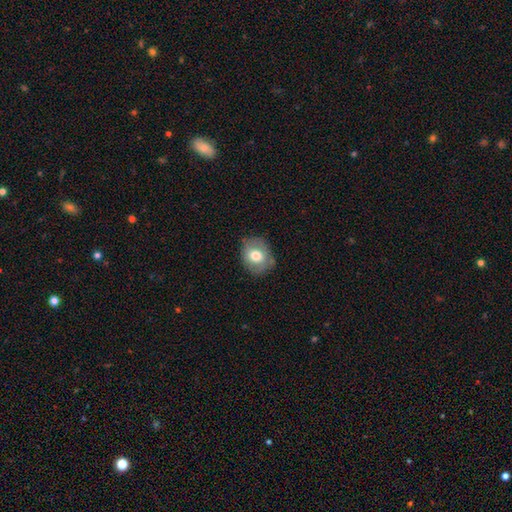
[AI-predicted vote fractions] Smooth or featured: smooth — 68% (featured or disk — 24%)
How rounded: round — 59% (in between — 40%)
Merging: none — 73% (minor disturbance — 20%)